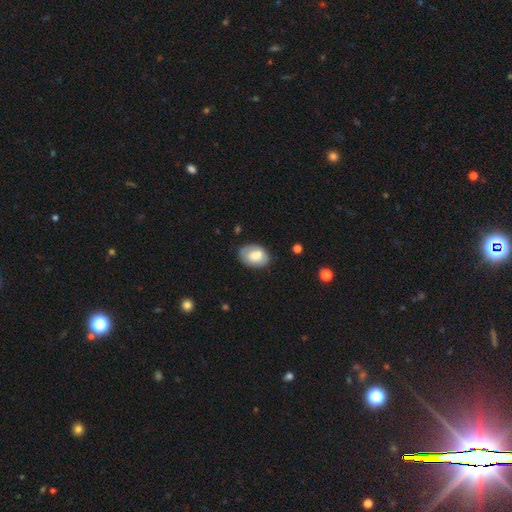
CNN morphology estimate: Smooth or featured: smooth — 64% (featured or disk — 29%)
How rounded: in between — 82% (round — 17%)
Merging: none — 69% (minor disturbance — 23%)